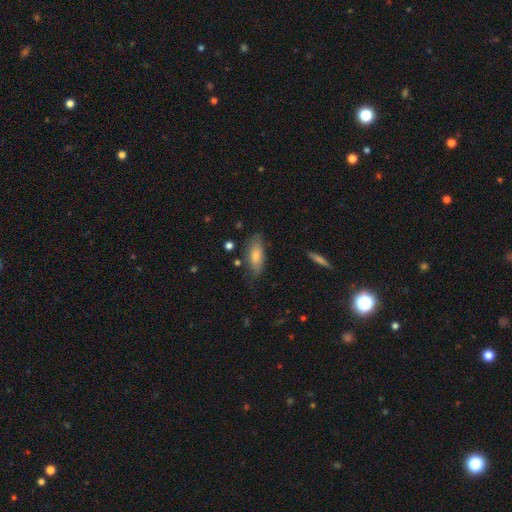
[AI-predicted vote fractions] Smooth or featured? smooth (67%)
How rounded? in between (71%)
Merging? none (72%)